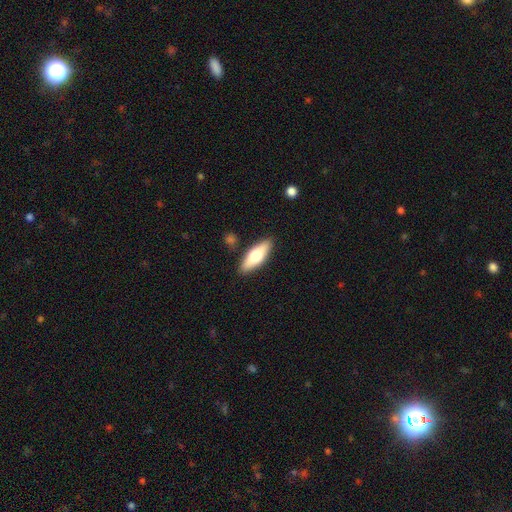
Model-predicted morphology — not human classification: Overall: smooth (65%; featured or disk 30%). How rounded: in between (62%; cigar-shaped 35%). Merging: none (87%).